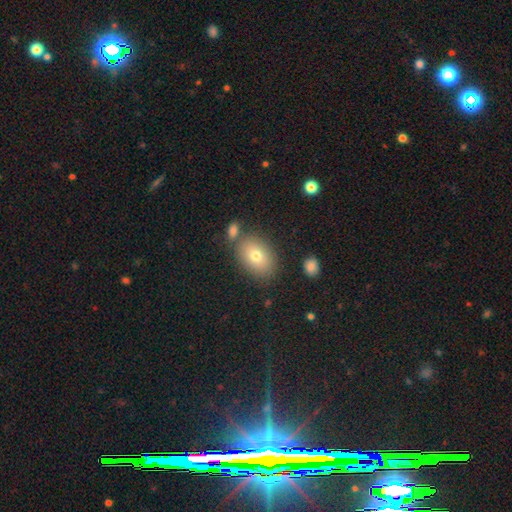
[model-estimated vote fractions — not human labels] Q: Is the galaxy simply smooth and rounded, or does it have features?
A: smooth — 74%.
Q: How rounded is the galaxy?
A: in between — 81%.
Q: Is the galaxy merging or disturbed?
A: none — 74%.